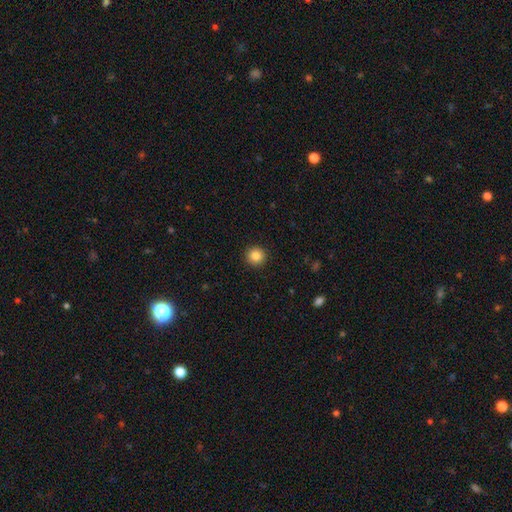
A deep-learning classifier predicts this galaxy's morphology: Smooth or featured? smooth (84%)
How rounded? round (94%)
Merging? none (93%)